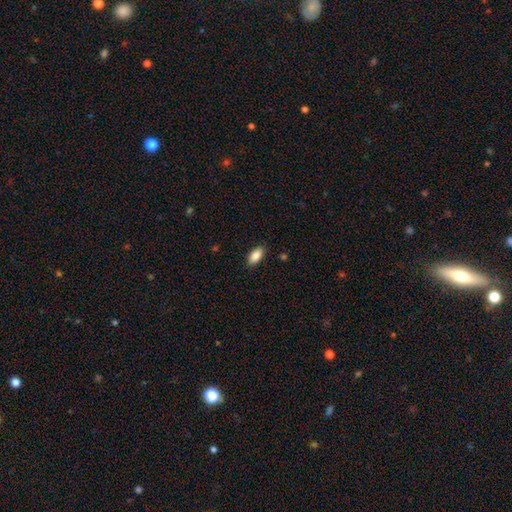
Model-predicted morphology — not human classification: Smooth or featured? Predicted: smooth (p=0.88). How rounded? Predicted: in between (p=0.91). Merging? Predicted: none (p=0.88).